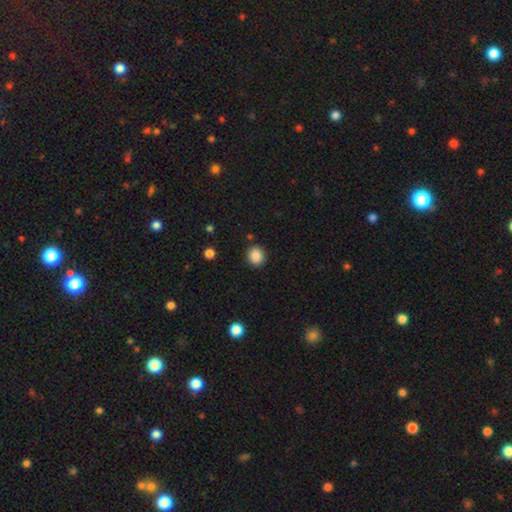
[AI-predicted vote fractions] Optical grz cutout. It shows a smooth galaxy with no disk features (87%) that is round (81%). Merging: none (89%).